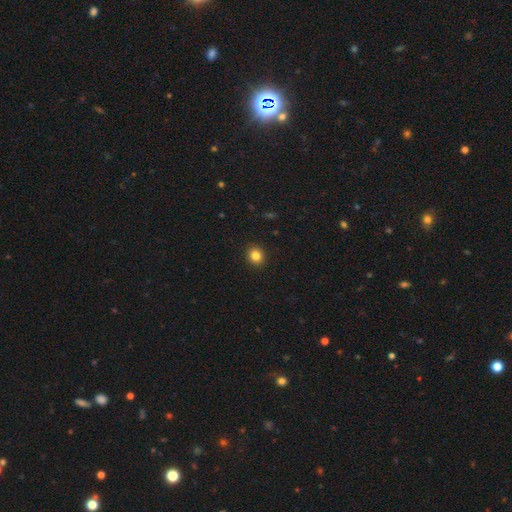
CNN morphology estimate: smooth-or-featured: smooth: 84% | star or artifact: 11% | featured or disk: 5%
  how-rounded: round: 79% | in between: 20% | cigar-shaped: 1%
  merging: none: 92% | minor disturbance: 6% | major disturbance: 2% | merger: 1%